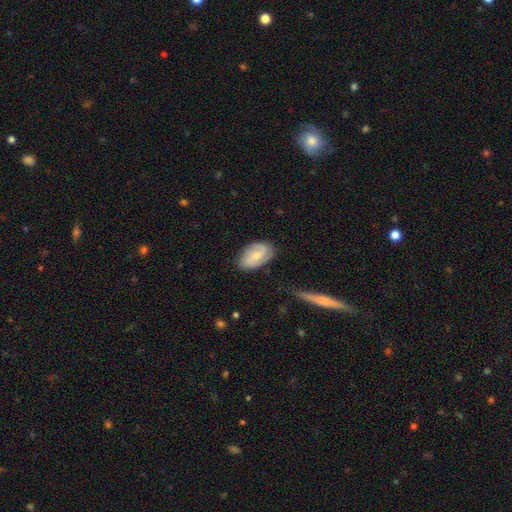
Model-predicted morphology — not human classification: This appears to be a featured or disk galaxy (54%) with no bar (52%), spiral arms (88%) and a small central bulge (52%). Merging: none (75%).